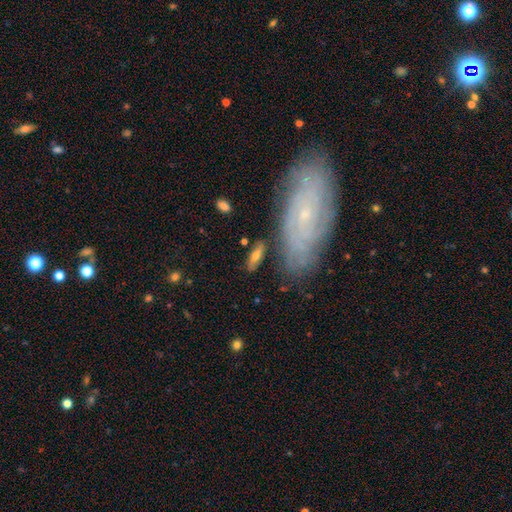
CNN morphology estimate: type=smooth (49%); merging=none (74%).